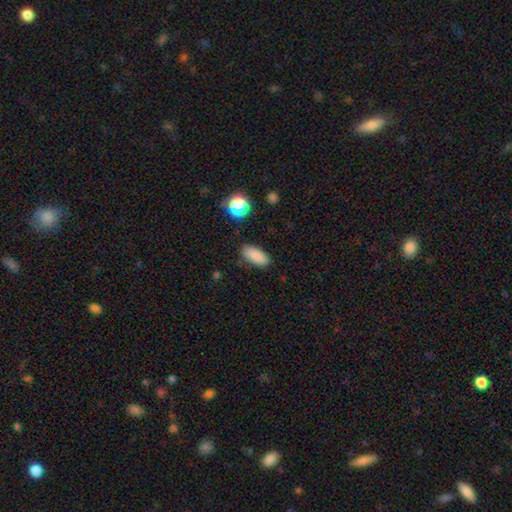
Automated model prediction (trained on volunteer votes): The model was most divided on "merging": none: 82%, minor disturbance: 13%, major disturbance: 3%, merger: 2%. More confident: smooth or featured — smooth (84%); how rounded — in between (84%).